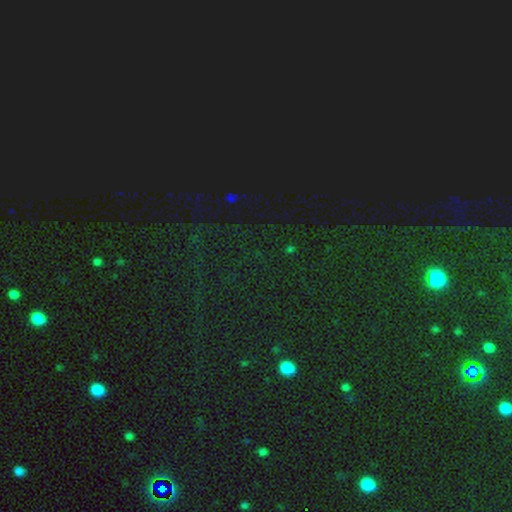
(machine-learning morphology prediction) Q: Smooth or featured?
A: star or artifact (82%); runner-up: smooth (12%)